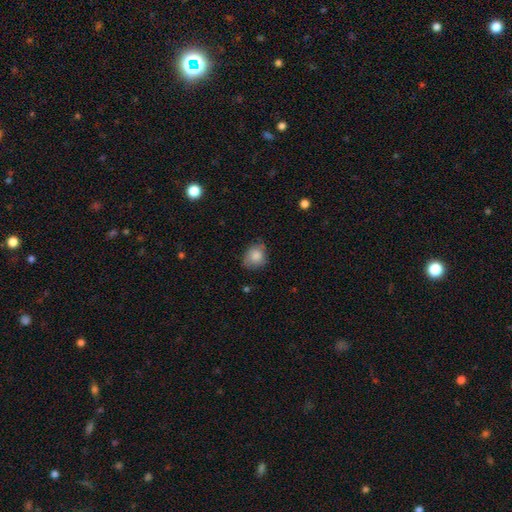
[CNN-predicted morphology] A smooth galaxy with no disk features (83%) that is round (61%). Merging: none (64%).